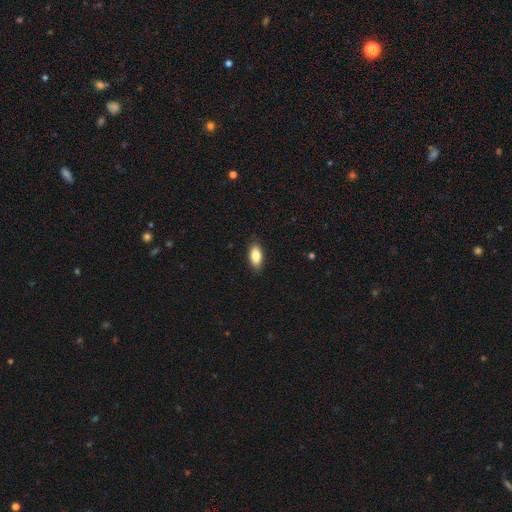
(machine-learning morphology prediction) Smooth or featured? Predicted: smooth (p=0.85). How rounded? Predicted: in between (p=0.90). Merging? Predicted: none (p=0.88).